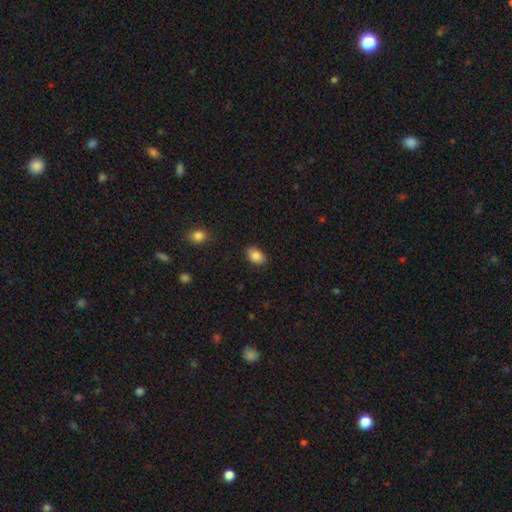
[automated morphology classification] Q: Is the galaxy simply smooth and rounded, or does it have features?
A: smooth — 85%.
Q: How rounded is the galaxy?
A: in between — 86%.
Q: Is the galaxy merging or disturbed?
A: none — 87%.